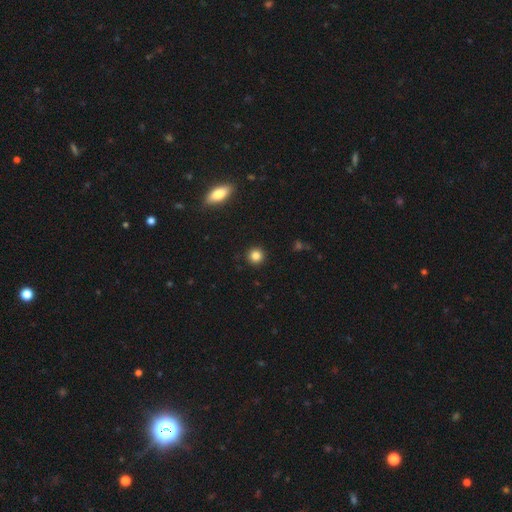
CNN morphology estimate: Smooth or featured: smooth — 84% (star or artifact — 11%)
How rounded: round — 94% (in between — 5%)
Merging: none — 92% (minor disturbance — 5%)